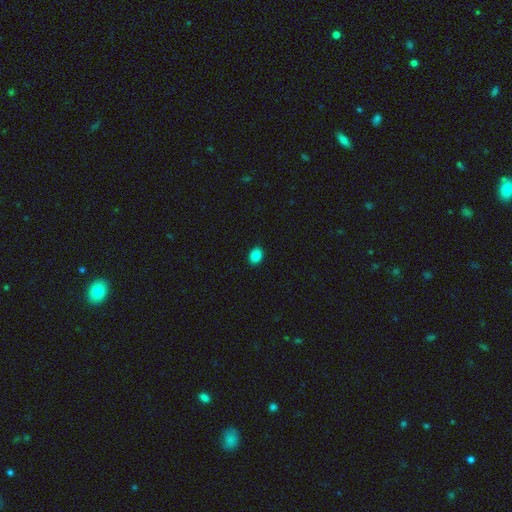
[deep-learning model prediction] This appears to be a smooth galaxy with no disk features (86%) that is in between round and cigar-shaped (66%). Merging: none (91%).